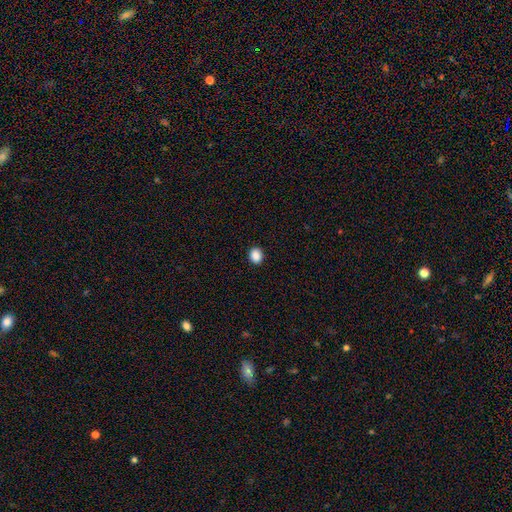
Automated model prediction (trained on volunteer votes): A smooth galaxy with no disk features (89%) that is round (67%).

Vote fractions:
- Smooth or featured? smooth: 89% / star or artifact: 9% / featured or disk: 2%
- How rounded? round: 67% / in between: 32% / cigar-shaped: 1%
- Merging? none: 92% / minor disturbance: 6% / major disturbance: 2% / merger: 1%